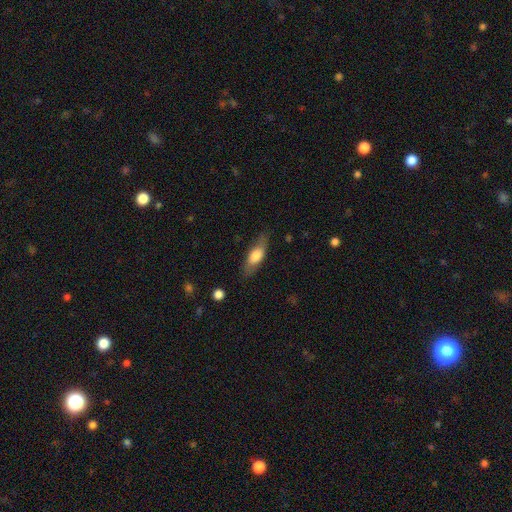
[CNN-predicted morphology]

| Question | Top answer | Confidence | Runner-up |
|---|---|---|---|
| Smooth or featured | smooth | 65% | featured or disk (29%) |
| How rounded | in between | 61% | cigar-shaped (36%) |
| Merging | none | 78% | minor disturbance (16%) |